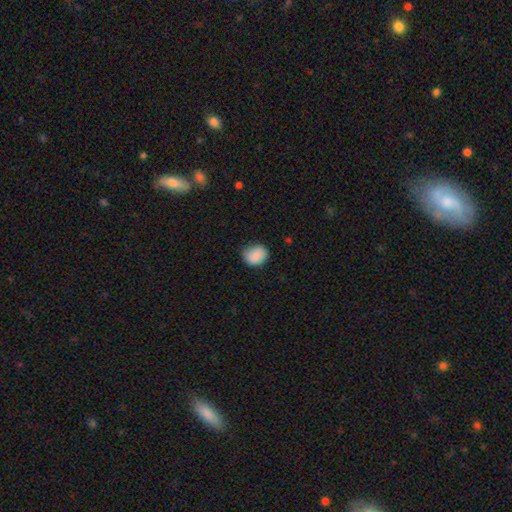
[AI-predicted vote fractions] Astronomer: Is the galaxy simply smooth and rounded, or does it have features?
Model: smooth — 87%.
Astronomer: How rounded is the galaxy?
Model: round — 56% (runner-up: in between, 43%).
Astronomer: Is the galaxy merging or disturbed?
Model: none — 73%.